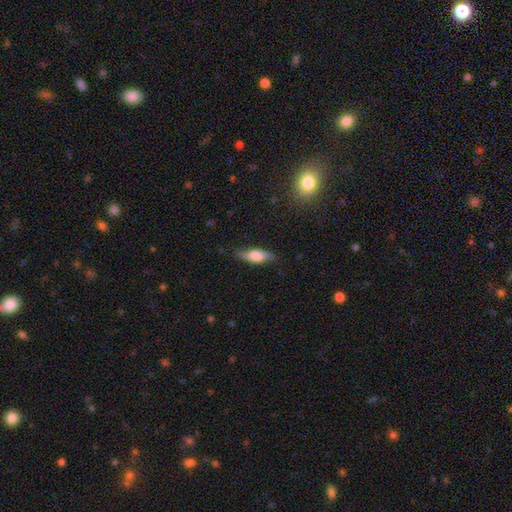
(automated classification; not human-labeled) smooth-or-featured: smooth: 53% | featured or disk: 40% | star or artifact: 7%
  how-rounded: in between: 56% | cigar-shaped: 40% | round: 4%
  merging: none: 75% | minor disturbance: 19% | major disturbance: 4% | merger: 1%